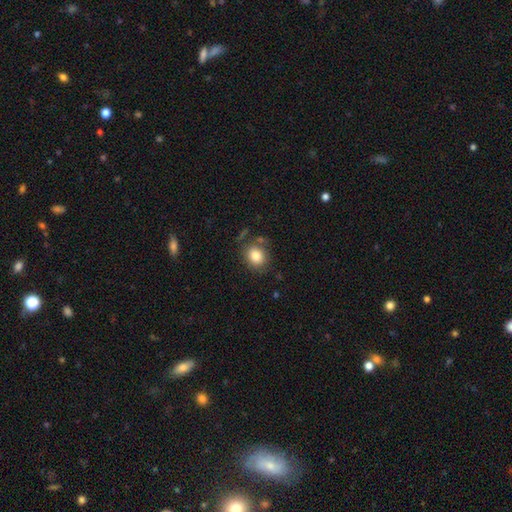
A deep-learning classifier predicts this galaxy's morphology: Smooth or featured: smooth — 84% (star or artifact — 9%)
How rounded: round — 53% (in between — 46%)
Merging: none — 75% (minor disturbance — 15%)